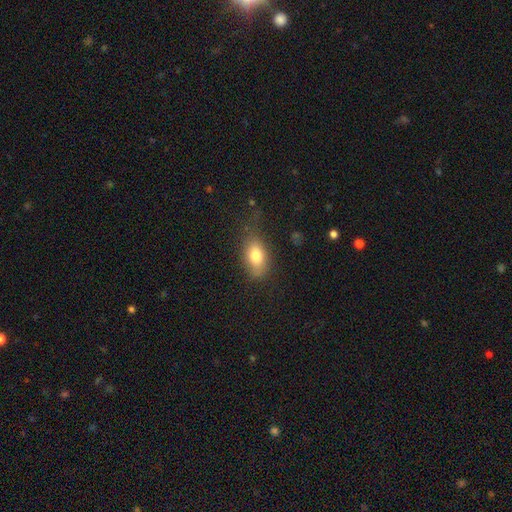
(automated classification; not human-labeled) Smooth or featured? smooth (78%)
How rounded? in between (86%)
Merging? none (66%)